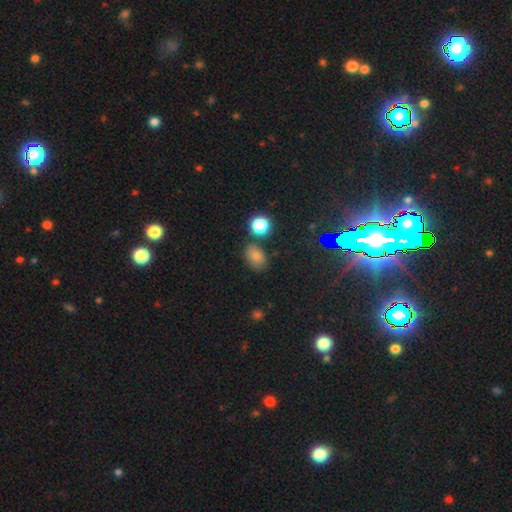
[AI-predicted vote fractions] Q: Smooth or featured?
A: smooth (76%); runner-up: star or artifact (16%)
Q: How rounded?
A: in between (76%); runner-up: round (23%)
Q: Merging?
A: none (71%); runner-up: minor disturbance (16%)